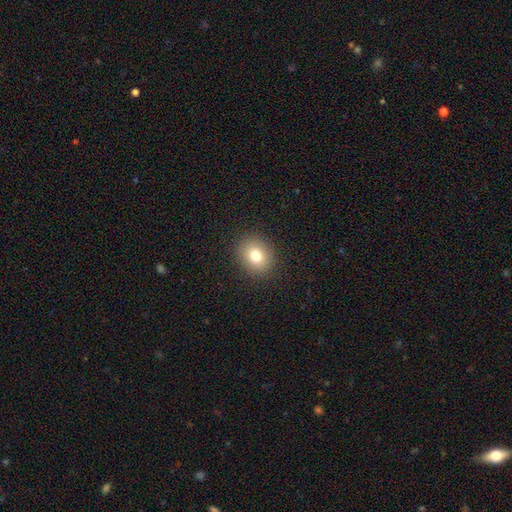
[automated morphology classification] Overall: smooth (79%). How rounded: round (62%; in between 37%). Merging: none (89%).